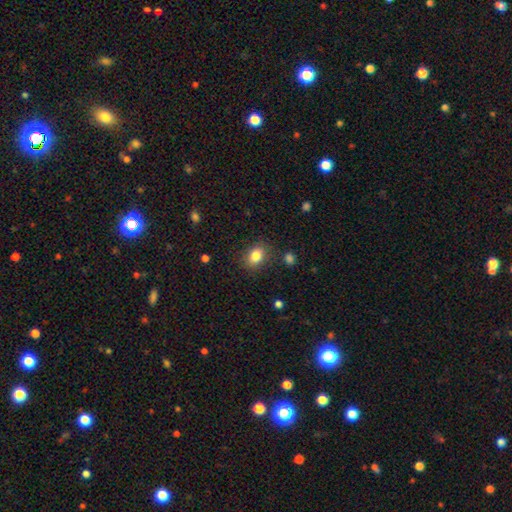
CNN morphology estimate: Overall: smooth (84%). How rounded: in between (71%). Merging: none (84%).